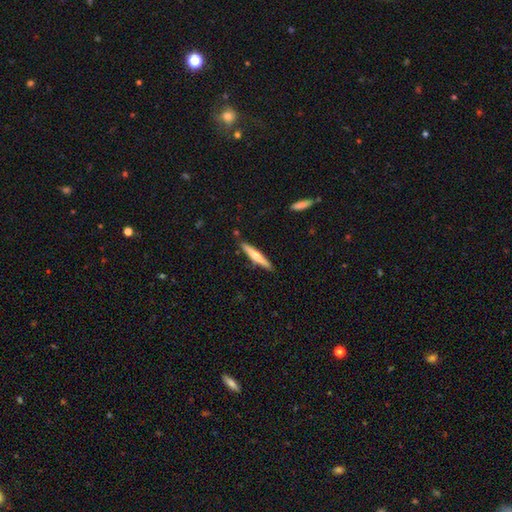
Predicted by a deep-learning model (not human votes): This appears to be a featured or disk galaxy (48%). Merging: none (88%).